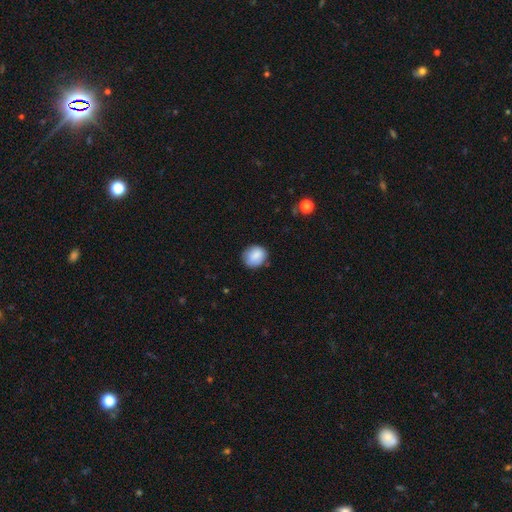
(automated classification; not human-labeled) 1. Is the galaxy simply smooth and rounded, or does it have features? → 85% smooth, 8% star or artifact, 7% featured or disk.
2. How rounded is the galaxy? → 73% round, 26% in between, 1% cigar-shaped.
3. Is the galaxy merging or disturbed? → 76% none, 18% minor disturbance, 4% major disturbance, 2% merger.